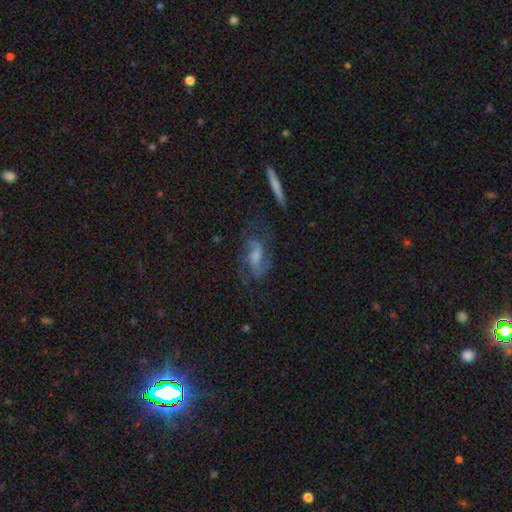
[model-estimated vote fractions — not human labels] Smooth or featured?
  - featured or disk: 73% *
  - smooth: 17%
  - star or artifact: 10%
Edge-on disk?
  - no: 91% *
  - yes: 9%
Bar?
  - weak: 46% *
  - no: 38%
  - strong: 17%
Spiral arms?
  - yes: 90% *
  - no: 10%
Spiral winding?
  - medium: 46% *
  - loose: 38%
  - tight: 16%
Spiral arm count?
  - 2: 76% *
  - can't tell: 12%
  - 3: 5%
  - 1: 4%
  - 4: 2%
  - more than 4: 2%
Bulge size?
  - moderate: 41% *
  - small: 31%
  - none: 16%
  - large: 10%
  - dominant: 2%
Merging?
  - none: 61% *
  - minor disturbance: 19%
  - major disturbance: 17%
  - merger: 3%